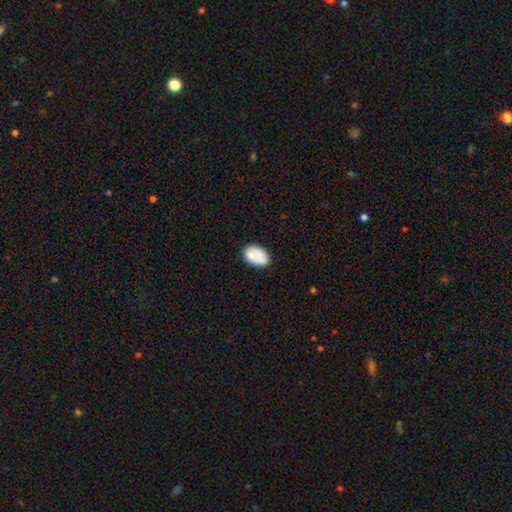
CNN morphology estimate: Smooth or featured? smooth (75%)
How rounded? in between (89%)
Merging? none (61%)